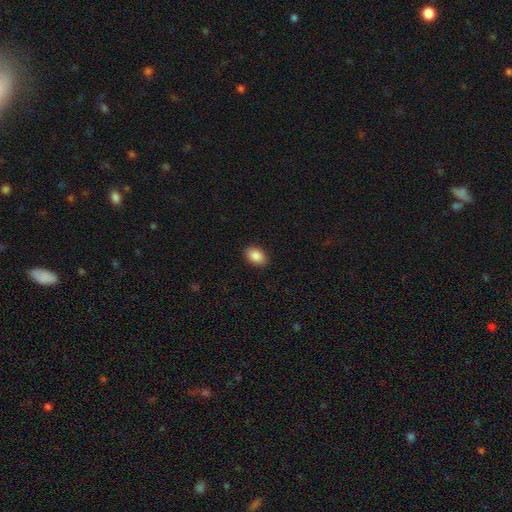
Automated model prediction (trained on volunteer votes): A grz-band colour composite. It shows a smooth galaxy with no disk features (88%) that is in between round and cigar-shaped (88%). Merging: none (90%).